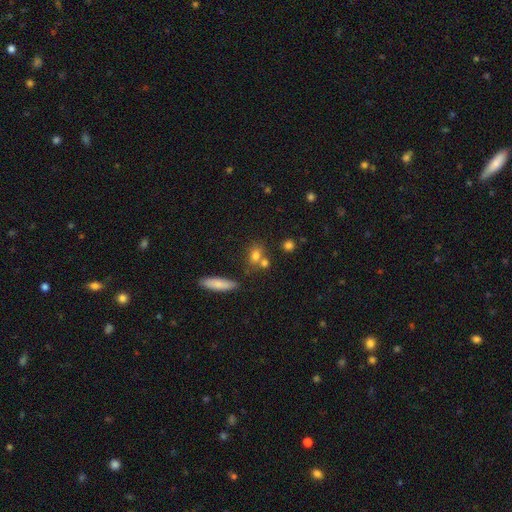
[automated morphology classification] This is likely a smooth galaxy (75%). How rounded: possibly in between (49%). Merging: possibly none (56%).